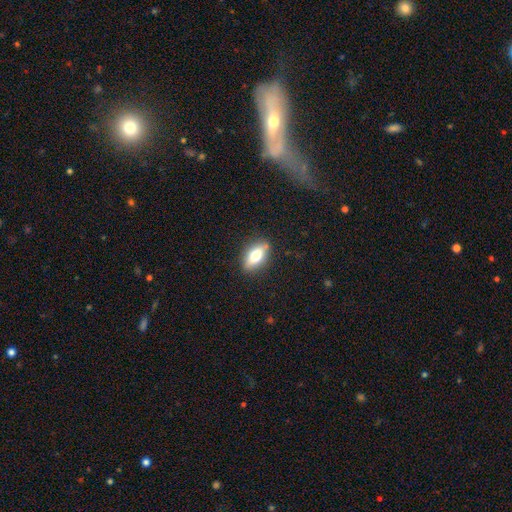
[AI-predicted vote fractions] Smooth or featured? Predicted: smooth (p=0.69). How rounded? Predicted: in between (p=0.83). Merging? Predicted: none (p=0.84).